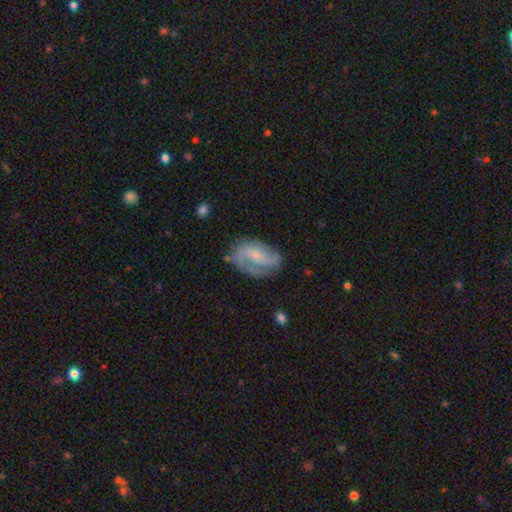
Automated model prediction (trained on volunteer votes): A featured or disk galaxy (73%) with no bar (51%), 2 (59%) medium (44%) spiral arms (89%) and a small central bulge (72%).

Vote fractions:
- Smooth or featured? featured or disk: 73% / smooth: 21% / star or artifact: 6%
- Edge-on disk? no: 96% / yes: 4%
- Bar? no: 51% / weak: 35% / strong: 14%
- Spiral arms? yes: 89% / no: 11%
- Spiral winding? medium: 44% / tight: 31% / loose: 25%
- Spiral arm count? 2: 59% / can't tell: 16% / 1: 14% / 3: 7% / 4: 2% / more than 4: 2%
- Bulge size? small: 72% / moderate: 21% / none: 5% / large: 1% / dominant: 1%
- Merging? none: 59% / minor disturbance: 25% / major disturbance: 14% / merger: 2%